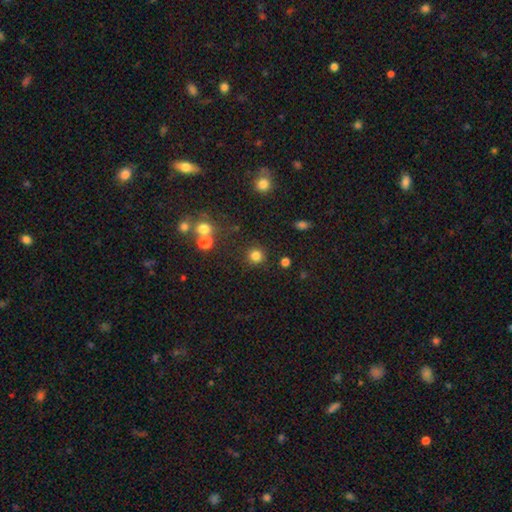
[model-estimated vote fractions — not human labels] smooth_or_featured: smooth (p=0.81) [alt: star or artifact p=0.15]
how_rounded: round (p=0.93) [alt: in between p=0.06]
merging: none (p=0.86) [alt: minor disturbance p=0.07]